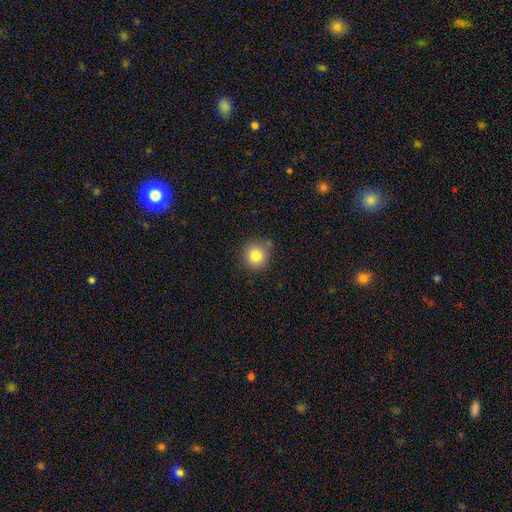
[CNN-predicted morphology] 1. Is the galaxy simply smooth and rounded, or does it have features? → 81% smooth, 11% star or artifact, 8% featured or disk.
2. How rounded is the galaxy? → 92% round, 7% in between, 1% cigar-shaped.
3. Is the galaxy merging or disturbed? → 80% none, 12% minor disturbance, 4% merger, 3% major disturbance.